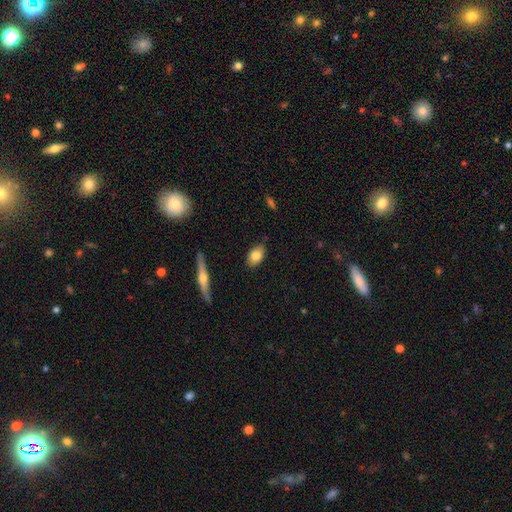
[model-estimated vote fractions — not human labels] Smooth or featured? Predicted: smooth (p=0.78). How rounded? Predicted: in between (p=0.88). Merging? Predicted: none (p=0.85).